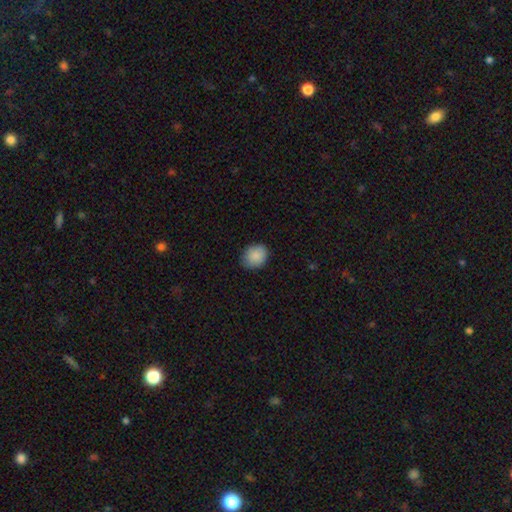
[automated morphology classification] type=smooth (88%); roundness=round (61%); merging=none (83%).